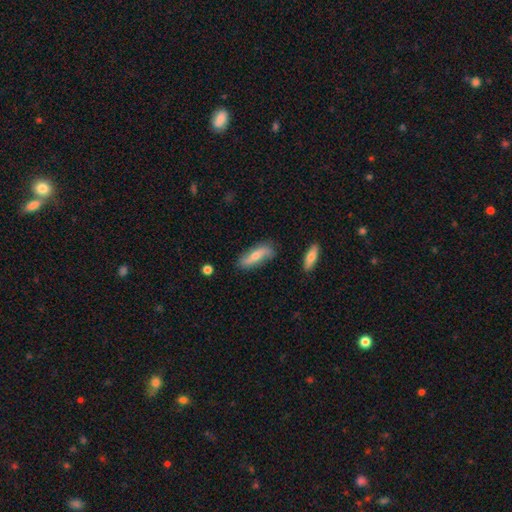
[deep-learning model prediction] This appears to be a featured or disk galaxy (48%). Merging: none (77%).